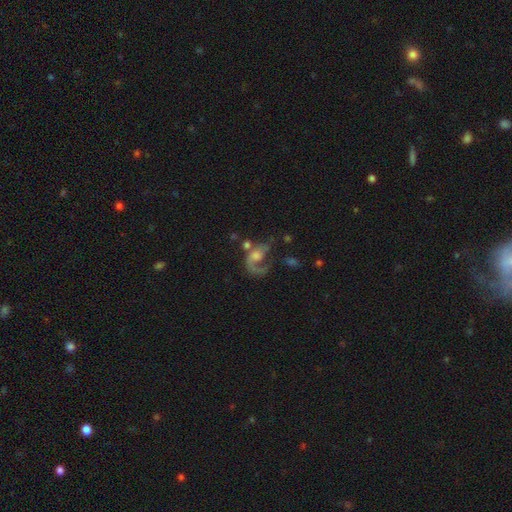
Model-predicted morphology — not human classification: type=featured or disk (69%); edge-on=no (97%); bar=no (69%); spiral arms=yes (80%); winding=loose (52%); arm count=1 (80%); bulge=moderate (45%); merging=major disturbance (42%).